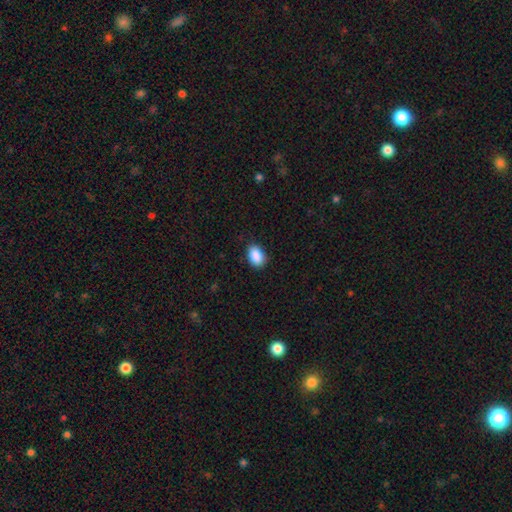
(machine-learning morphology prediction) Overall: smooth (90%). How rounded: in between (86%). Merging: none (85%).